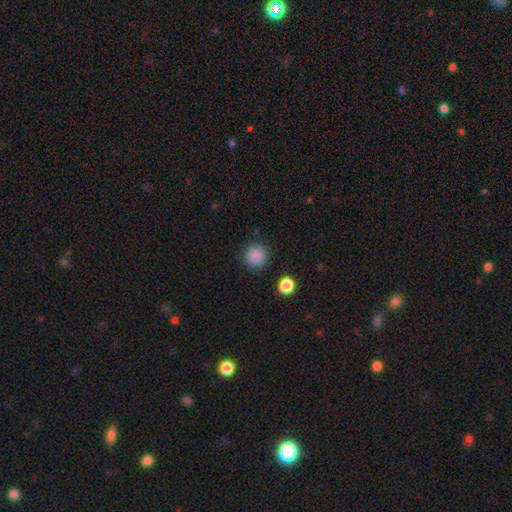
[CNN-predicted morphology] A smooth galaxy with no disk features (87%) that is round (94%). Merging: none (89%).